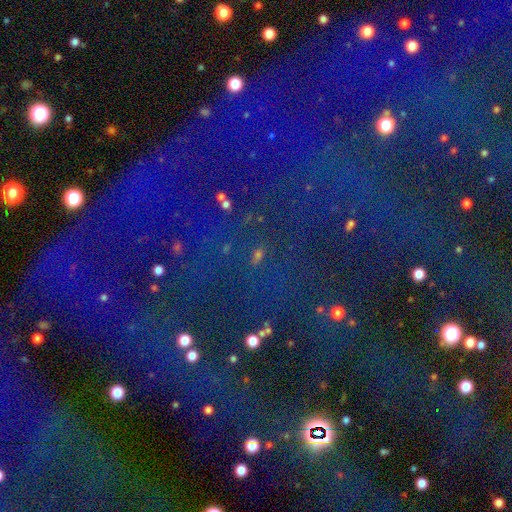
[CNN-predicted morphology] This is clearly a star or artifact rather than a galaxy (82%).